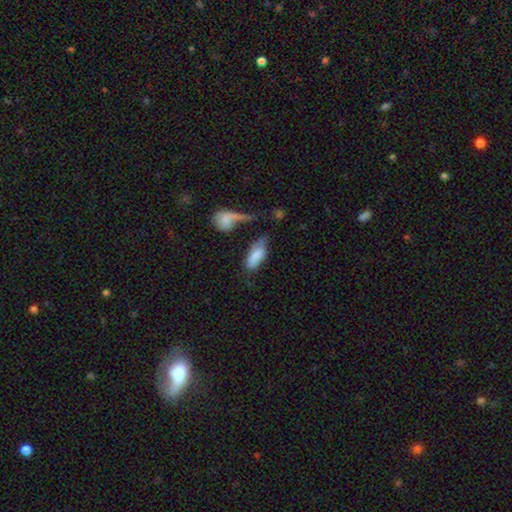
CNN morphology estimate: The model was most divided on "merging": none: 39%, minor disturbance: 25%, major disturbance: 19%, merger: 17%. More confident: how rounded — in between (82%); smooth or featured — smooth (78%).